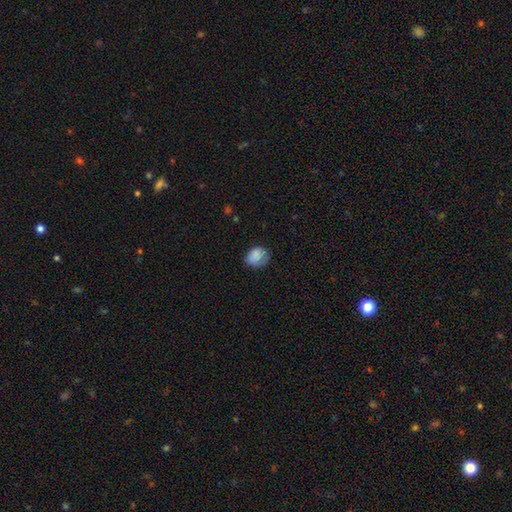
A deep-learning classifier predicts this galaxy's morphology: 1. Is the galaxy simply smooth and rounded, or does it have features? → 83% smooth, 9% star or artifact, 8% featured or disk.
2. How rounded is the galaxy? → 52% in between, 48% round, 1% cigar-shaped.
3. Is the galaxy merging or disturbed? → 59% none, 30% minor disturbance, 10% major disturbance, 1% merger.